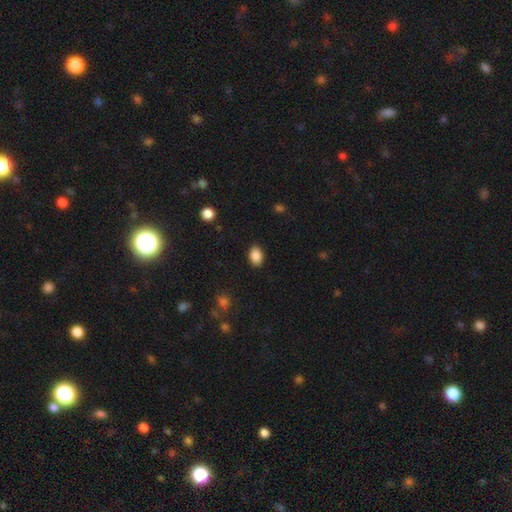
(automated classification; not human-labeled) Overall: smooth (88%). How rounded: in between (81%). Merging: none (88%).